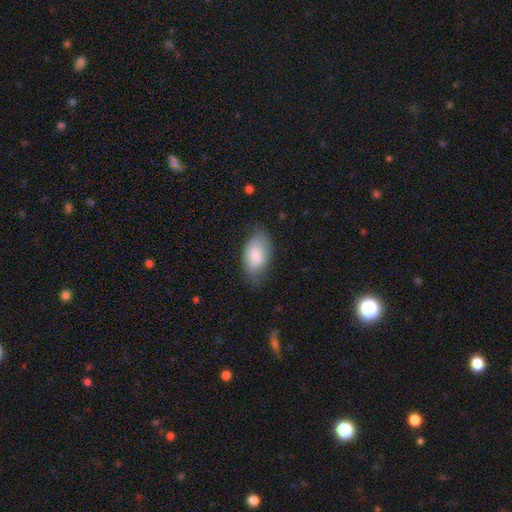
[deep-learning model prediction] Smooth or featured? smooth (76%)
How rounded? in between (93%)
Merging? none (60%)